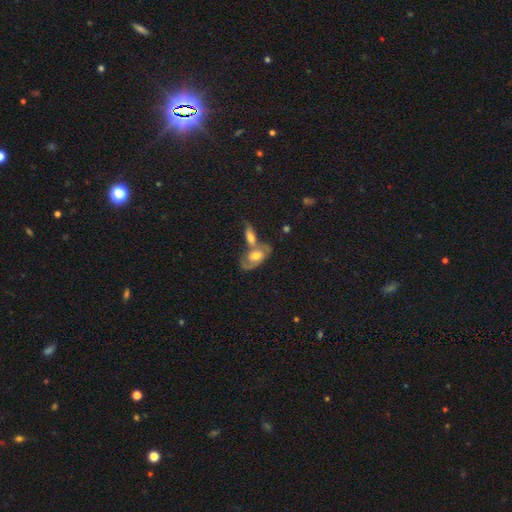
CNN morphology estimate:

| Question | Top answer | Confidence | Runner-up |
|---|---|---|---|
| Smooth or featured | featured or disk | 40% | smooth (36%) |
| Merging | merger | 50% | none (32%) |